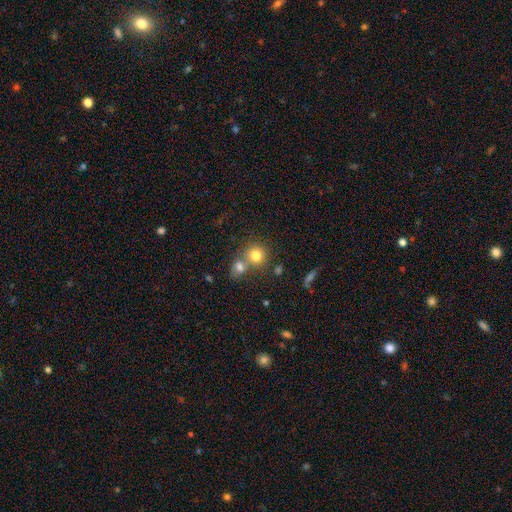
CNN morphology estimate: smooth-or-featured: smooth: 77% | star or artifact: 12% | featured or disk: 11%
  how-rounded: round: 83% | in between: 16% | cigar-shaped: 1%
  merging: none: 46% | merger: 43% | minor disturbance: 8% | major disturbance: 3%